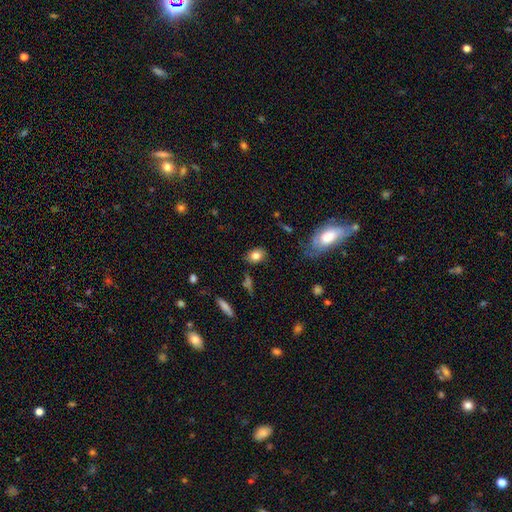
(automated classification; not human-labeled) The model was most divided on "how rounded": in between: 68%, round: 30%, cigar-shaped: 2%. More confident: smooth or featured — smooth (82%); merging — none (81%).